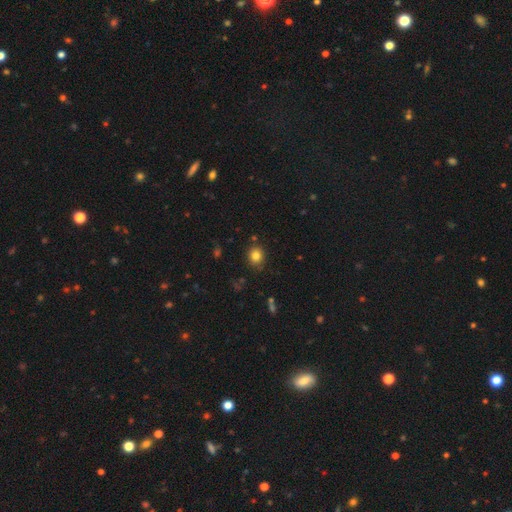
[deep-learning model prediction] A smooth galaxy with no disk features (82%) that is round (74%). Merging: none (84%).